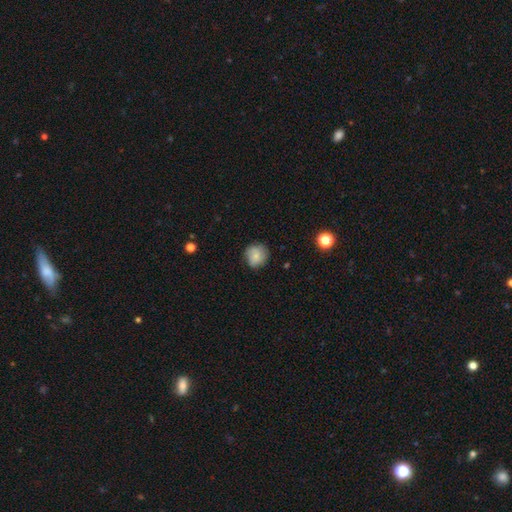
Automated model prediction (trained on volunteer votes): Q: Smooth or featured?
A: smooth (76%); runner-up: featured or disk (15%)
Q: How rounded?
A: round (87%); runner-up: in between (12%)
Q: Merging?
A: none (73%); runner-up: minor disturbance (21%)